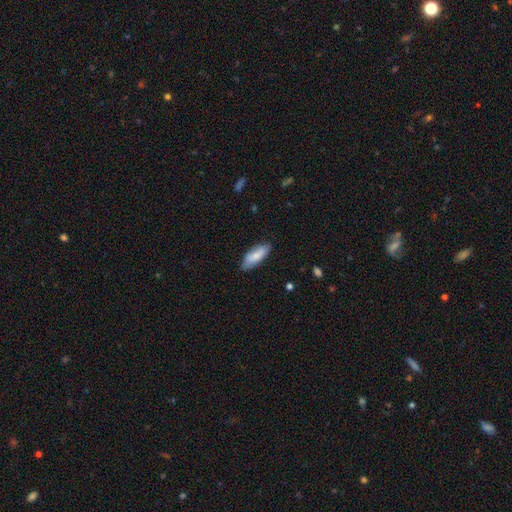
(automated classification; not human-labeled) smooth_or_featured: smooth (p=0.77) [alt: featured or disk p=0.17]
how_rounded: in between (p=0.69) [alt: cigar-shaped p=0.29]
merging: none (p=0.80) [alt: minor disturbance p=0.16]